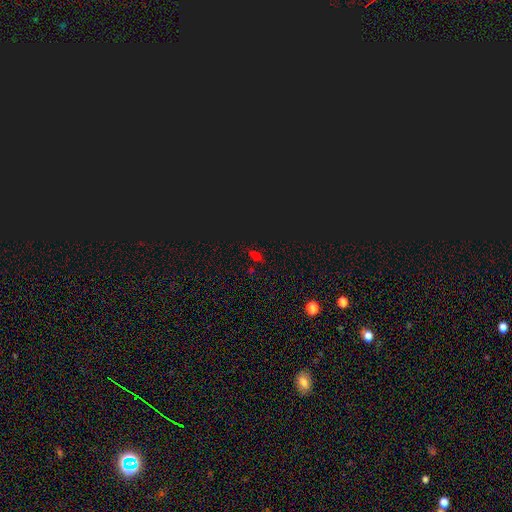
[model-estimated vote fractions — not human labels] smooth-or-featured: star or artifact: 46% | smooth: 44% | featured or disk: 9%